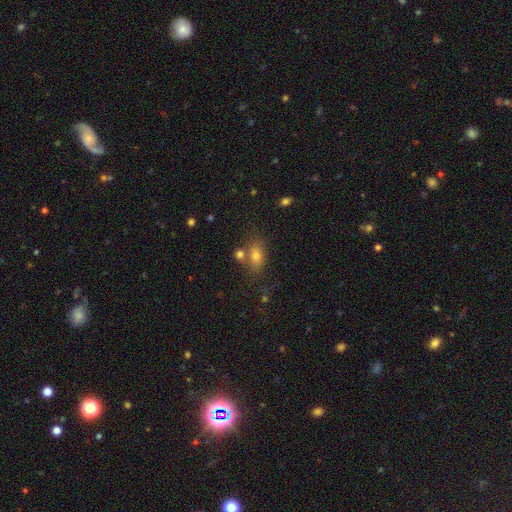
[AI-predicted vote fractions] Smooth or featured? smooth (70%)
How rounded? in between (75%)
Merging? none (63%)